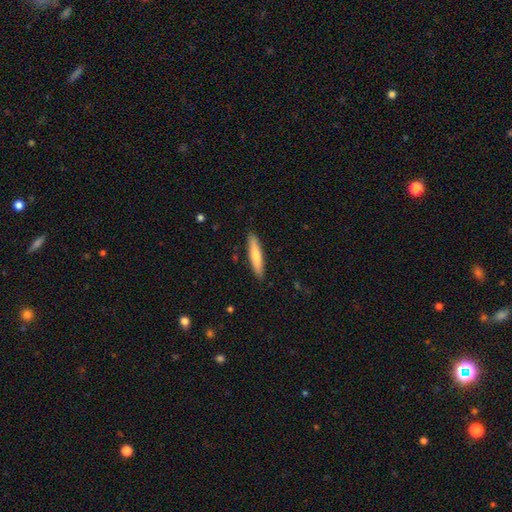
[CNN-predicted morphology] type=smooth (72%); roundness=cigar-shaped (87%); merging=none (89%).